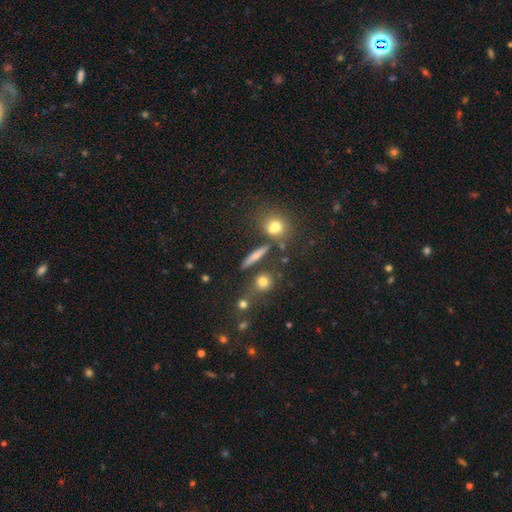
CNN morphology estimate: Overall: smooth (63%). How rounded: cigar-shaped (65%). Merging: none (78%).